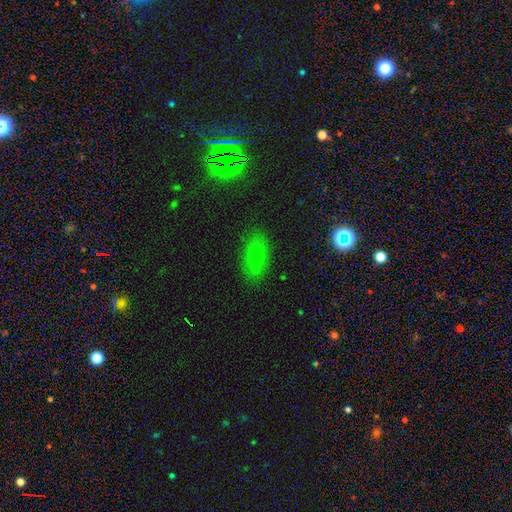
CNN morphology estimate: This appears to be a smooth galaxy with no disk features (59%) that is in between round and cigar-shaped (82%). Merging: none (72%).